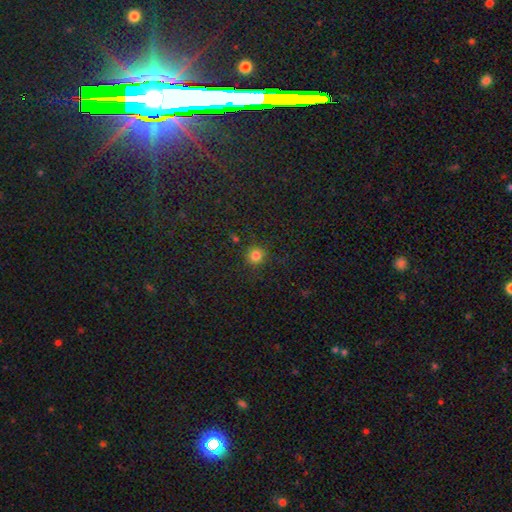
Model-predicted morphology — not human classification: type=smooth (80%); roundness=round (92%); merging=none (88%).